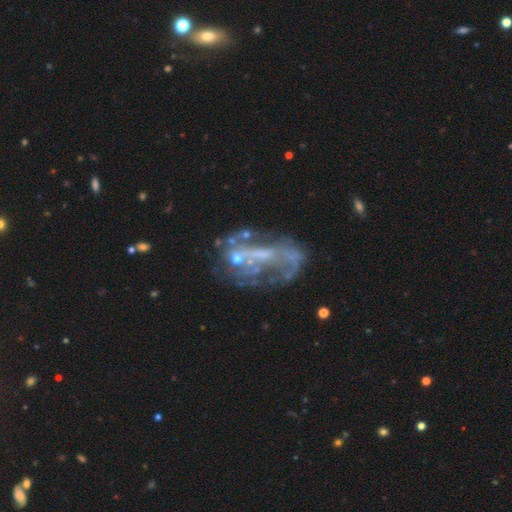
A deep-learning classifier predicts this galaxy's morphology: Q: Smooth or featured?
A: featured or disk (73%); runner-up: star or artifact (15%)
Q: Edge-on disk?
A: no (96%); runner-up: yes (4%)
Q: Bar?
A: no (58%); runner-up: weak (28%)
Q: Spiral arms?
A: no (55%); runner-up: yes (45%)
Q: Bulge size?
A: none (47%); runner-up: small (36%)
Q: Merging?
A: none (38%); runner-up: major disturbance (32%)